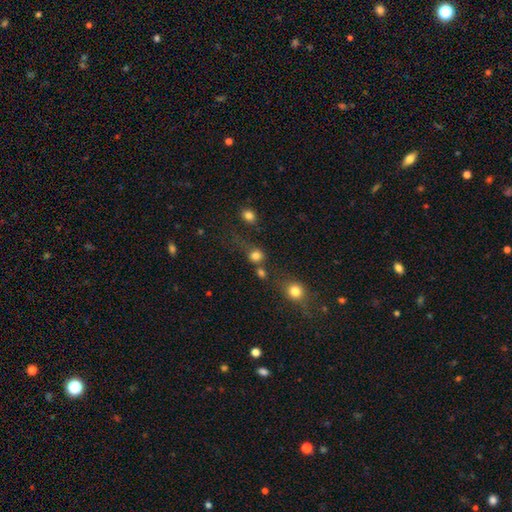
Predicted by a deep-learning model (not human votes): Morphology: type=smooth (79%); roundness=round (83%); merging=none (56%).